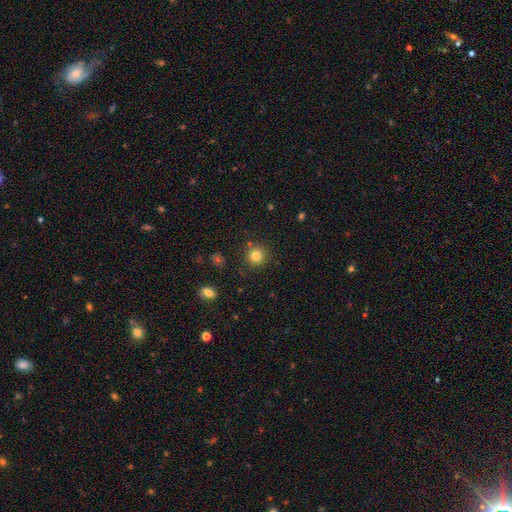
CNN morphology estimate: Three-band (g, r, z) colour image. It shows a smooth galaxy with no disk features (82%) that is round (93%). Merging: none (87%).